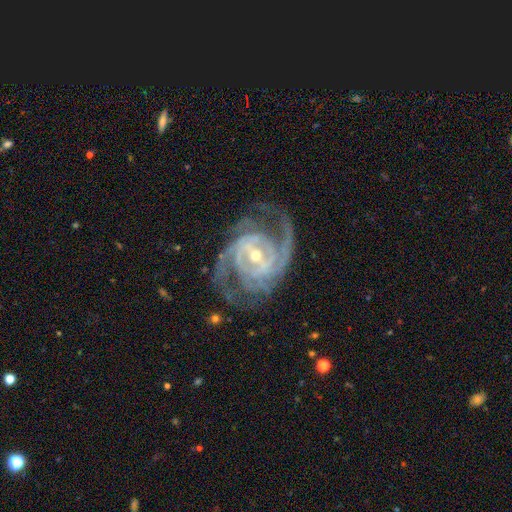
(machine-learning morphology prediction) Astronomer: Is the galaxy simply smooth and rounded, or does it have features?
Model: featured or disk — 93%.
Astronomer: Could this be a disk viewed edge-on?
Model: no — 98%.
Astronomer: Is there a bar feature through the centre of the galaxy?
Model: weak — 41% (runner-up: strong, 33%).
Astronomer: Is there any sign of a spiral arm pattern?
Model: yes — 98%.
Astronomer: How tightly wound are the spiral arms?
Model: tight — 49% (runner-up: medium, 43%).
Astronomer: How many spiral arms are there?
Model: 2 — 39% (runner-up: 3, 26%).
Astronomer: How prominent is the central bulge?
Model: small — 58% (runner-up: moderate, 39%).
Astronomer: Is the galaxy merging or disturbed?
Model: none — 70%.